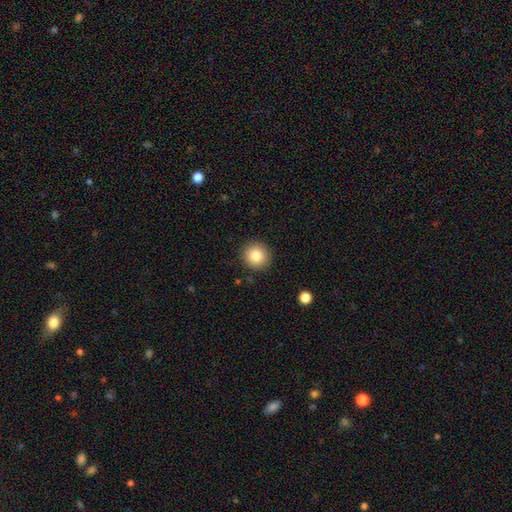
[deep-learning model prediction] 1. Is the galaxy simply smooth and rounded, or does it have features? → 84% smooth, 9% star or artifact, 7% featured or disk.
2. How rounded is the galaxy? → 93% round, 6% in between, 1% cigar-shaped.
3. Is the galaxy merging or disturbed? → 90% none, 6% minor disturbance, 2% major disturbance, 1% merger.